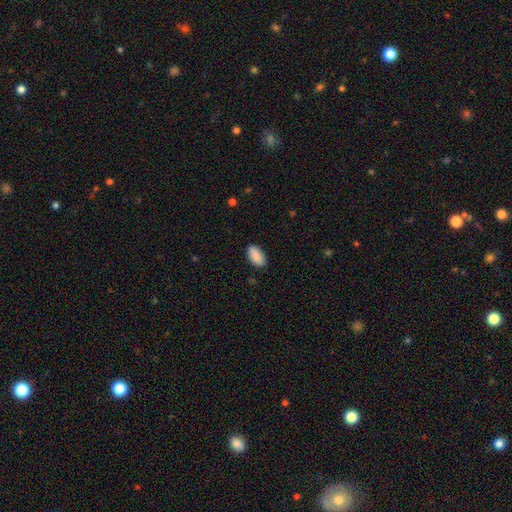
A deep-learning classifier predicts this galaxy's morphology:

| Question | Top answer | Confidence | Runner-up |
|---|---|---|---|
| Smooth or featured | smooth | 90% | star or artifact (6%) |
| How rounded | in between | 94% | cigar-shaped (3%) |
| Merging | none | 85% | minor disturbance (11%) |